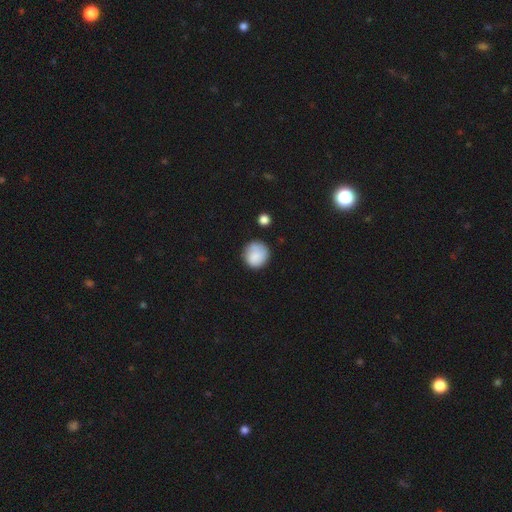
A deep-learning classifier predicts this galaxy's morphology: This appears to be a smooth galaxy with no disk features (85%) that is round (89%). Merging: none (75%).